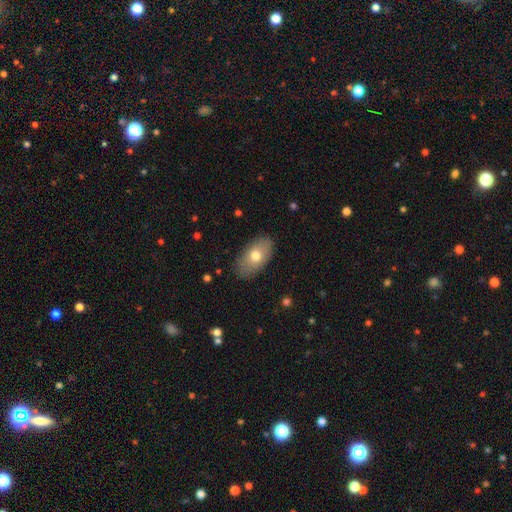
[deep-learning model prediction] Smooth or featured? Predicted: smooth (p=0.70). How rounded? Predicted: in between (p=0.93). Merging? Predicted: none (p=0.83).